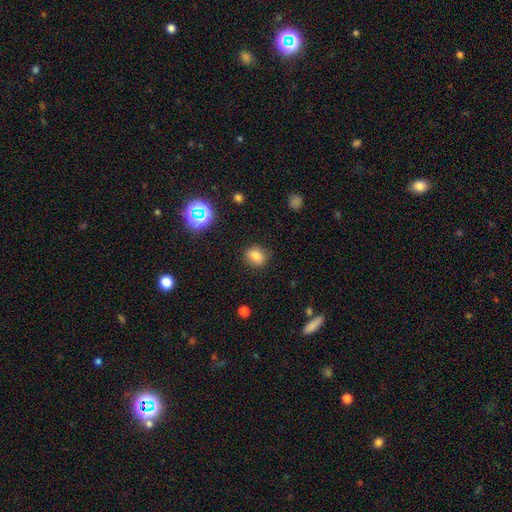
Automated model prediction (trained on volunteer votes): Overall: smooth (80%). How rounded: round (68%; in between 31%). Merging: none (84%).